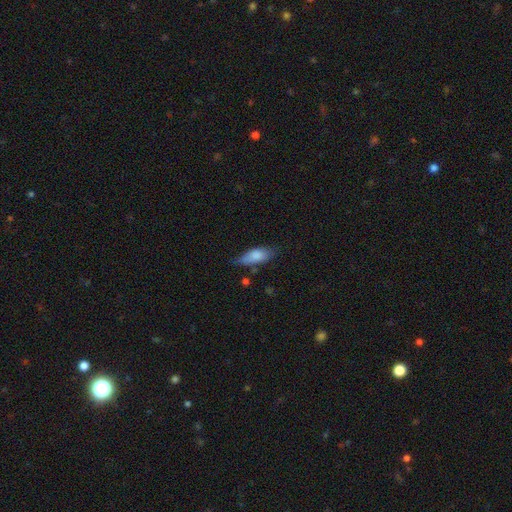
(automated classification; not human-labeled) smooth 80%, featured or disk 14%, star or artifact 7%. Down the decision tree: how rounded — in between (77%); merging — none (56%).